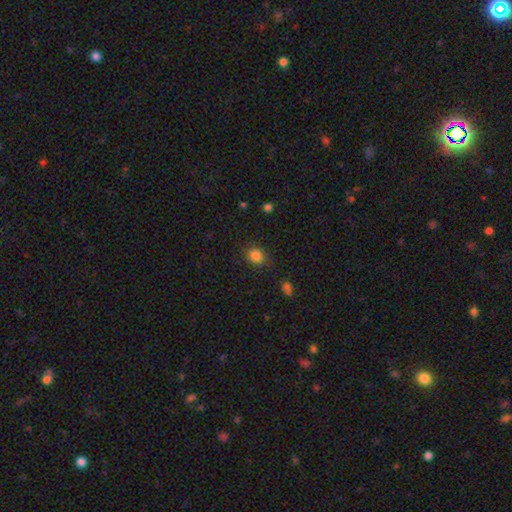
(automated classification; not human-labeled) This is clearly a smooth galaxy (84%). How rounded: likely round (63%). Merging: clearly none (81%).